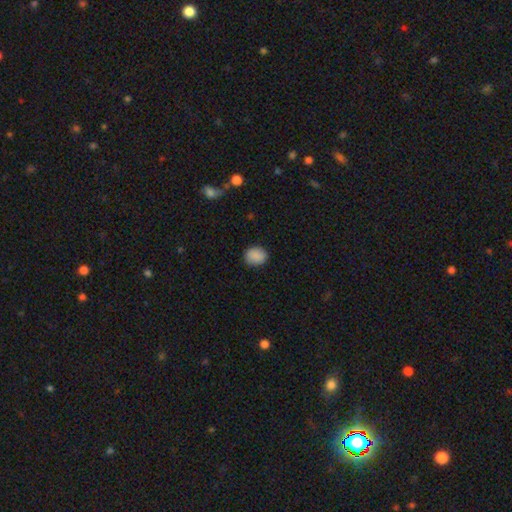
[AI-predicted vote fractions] Smooth or featured? smooth (88%)
How rounded? round (65%)
Merging? none (85%)